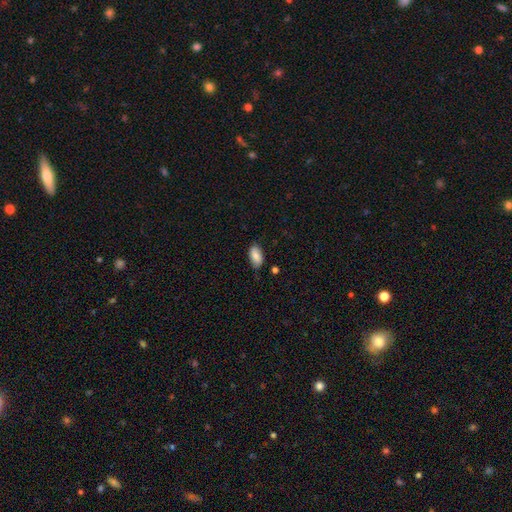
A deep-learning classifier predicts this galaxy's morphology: Q: Smooth or featured?
A: smooth (85%); runner-up: featured or disk (9%)
Q: How rounded?
A: in between (93%); runner-up: cigar-shaped (4%)
Q: Merging?
A: none (78%); runner-up: minor disturbance (17%)